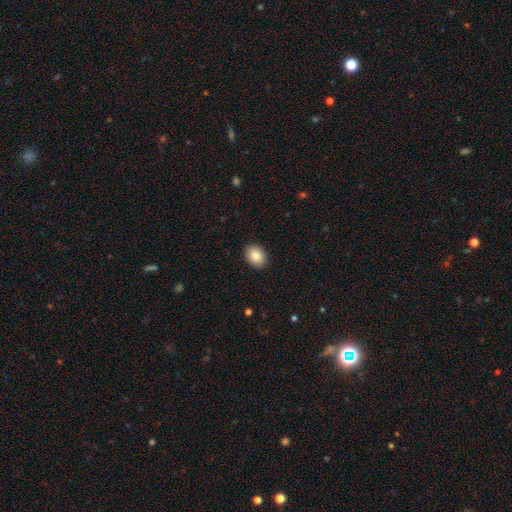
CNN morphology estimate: A smooth galaxy with no disk features (85%) that is in between round and cigar-shaped (65%). Merging: none (90%).